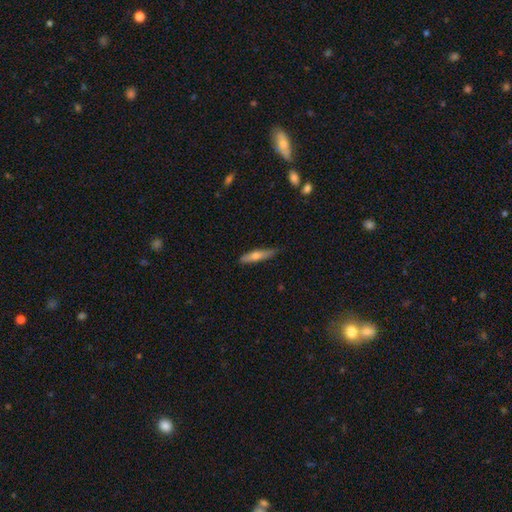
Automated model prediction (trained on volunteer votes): A smooth galaxy with no disk features (53%) that is cigar-shaped (84%). Merging: none (82%).